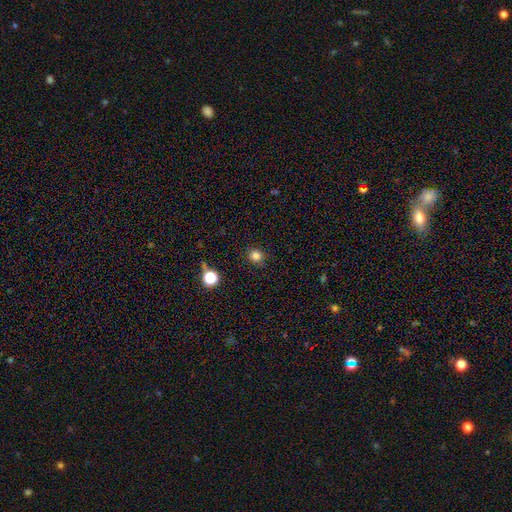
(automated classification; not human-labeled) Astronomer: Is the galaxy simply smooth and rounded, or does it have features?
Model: smooth — 82%.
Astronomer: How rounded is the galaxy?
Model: round — 89%.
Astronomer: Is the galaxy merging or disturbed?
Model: none — 89%.